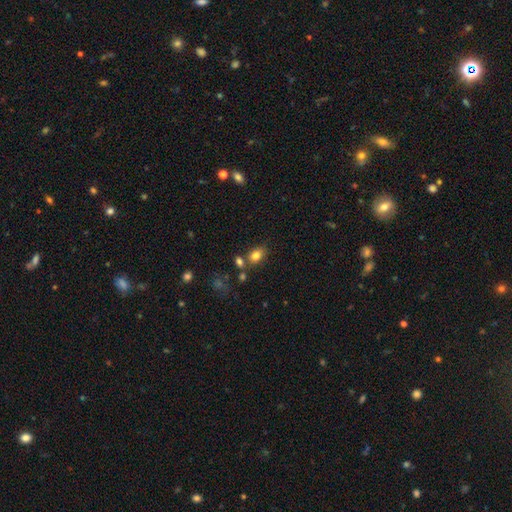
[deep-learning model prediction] Q: Smooth or featured?
A: smooth (81%); runner-up: star or artifact (11%)
Q: How rounded?
A: in between (73%); runner-up: round (26%)
Q: Merging?
A: none (67%); runner-up: merger (15%)